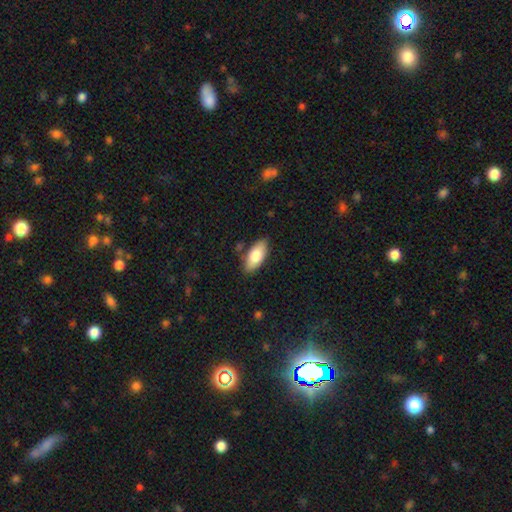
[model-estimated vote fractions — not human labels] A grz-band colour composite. It shows a smooth galaxy with no disk features (77%) that is in between round and cigar-shaped (88%). Merging: none (84%).